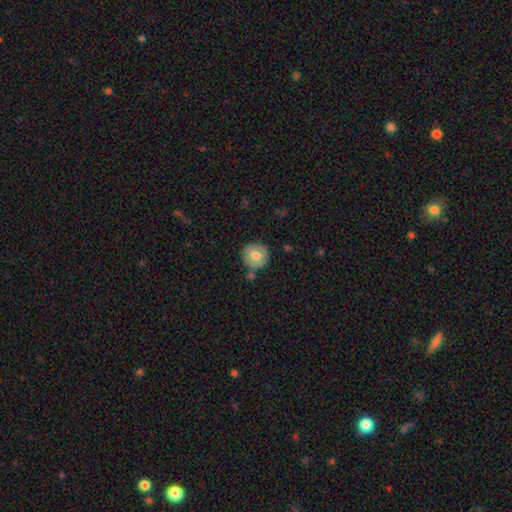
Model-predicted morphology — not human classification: smooth-or-featured: smooth: 69% | featured or disk: 24% | star or artifact: 7%
  how-rounded: round: 92% | in between: 7% | cigar-shaped: 1%
  merging: none: 80% | minor disturbance: 12% | merger: 5% | major disturbance: 3%